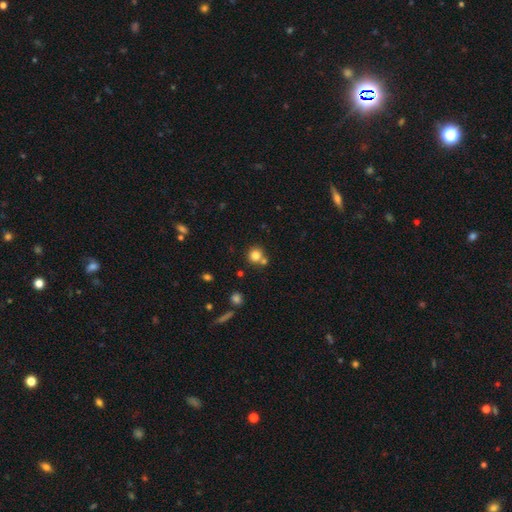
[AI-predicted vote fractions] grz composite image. It shows a smooth galaxy with no disk features (81%) that is round (91%). Merging: none (64%).